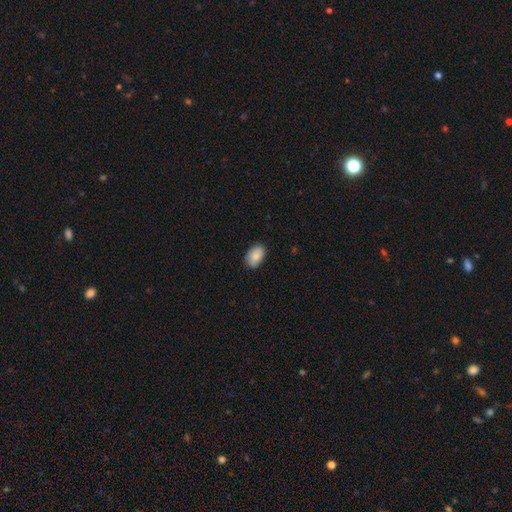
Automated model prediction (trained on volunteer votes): A smooth galaxy with no disk features (84%) that is in between round and cigar-shaped (89%). Merging: none (82%).